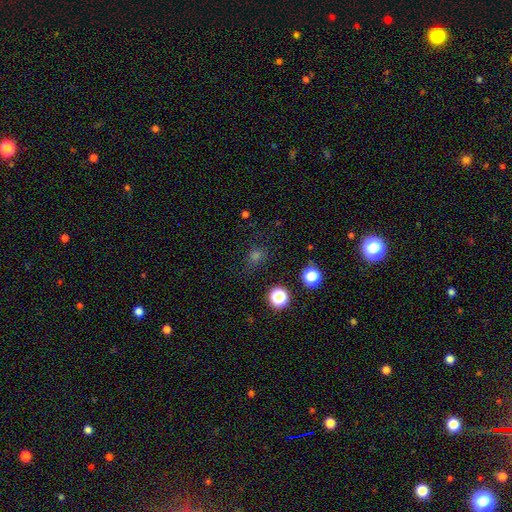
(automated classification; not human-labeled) Overall: smooth (60%; star or artifact 32%). How rounded: round (72%). Merging: none (75%).